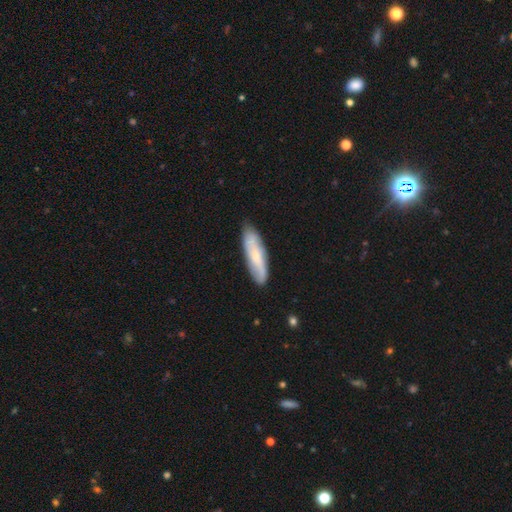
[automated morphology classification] Smooth or featured? smooth (52%)
How rounded? cigar-shaped (60%)
Merging? none (82%)